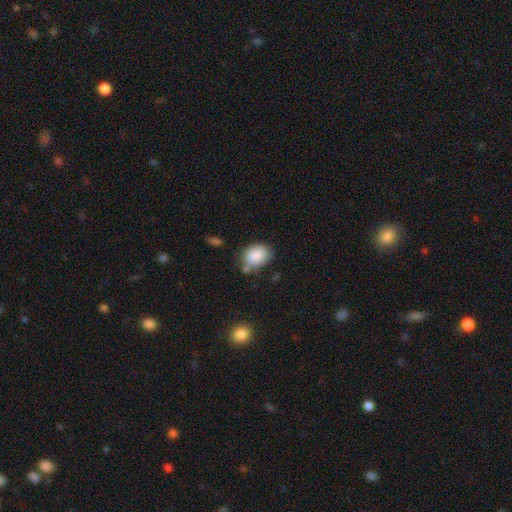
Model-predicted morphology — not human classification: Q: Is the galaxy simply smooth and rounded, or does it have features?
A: smooth — 84%.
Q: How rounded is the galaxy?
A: in between — 69%.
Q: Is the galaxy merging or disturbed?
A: none — 61%.